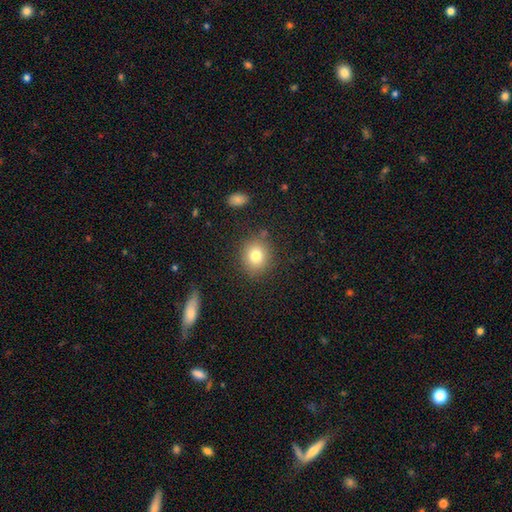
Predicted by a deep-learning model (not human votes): smooth_or_featured: smooth (p=0.79) [alt: star or artifact p=0.11]
how_rounded: round (p=0.80) [alt: in between p=0.19]
merging: none (p=0.84) [alt: minor disturbance p=0.10]